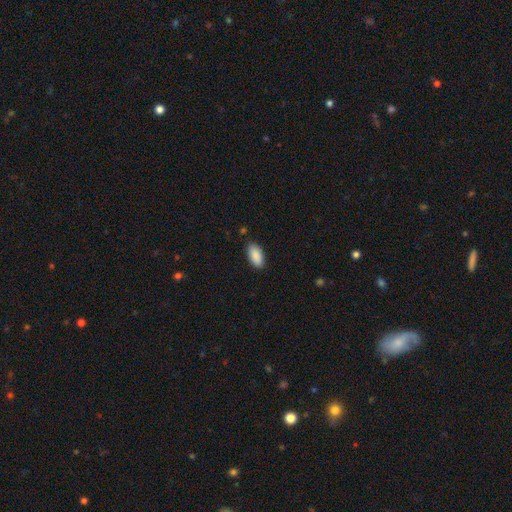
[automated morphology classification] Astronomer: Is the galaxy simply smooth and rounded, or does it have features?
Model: smooth — 90%.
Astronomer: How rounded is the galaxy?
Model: in between — 92%.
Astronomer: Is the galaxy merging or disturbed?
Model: none — 86%.